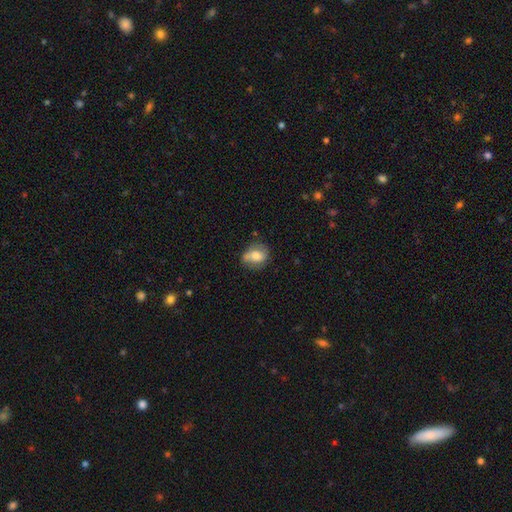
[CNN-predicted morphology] type=smooth (63%); roundness=in between (58%); merging=none (57%).